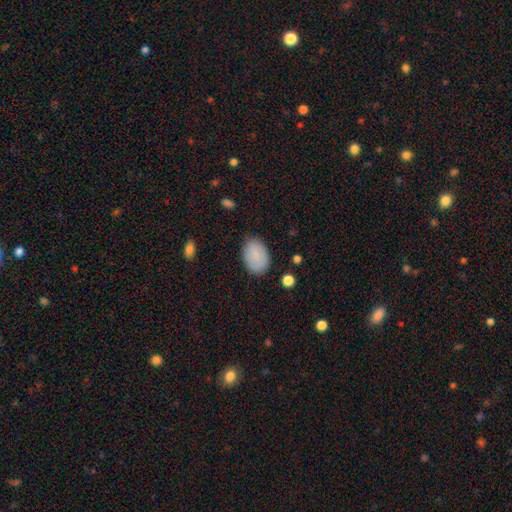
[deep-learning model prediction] A smooth galaxy with no disk features (87%) that is in between round and cigar-shaped (87%). Merging: none (83%).